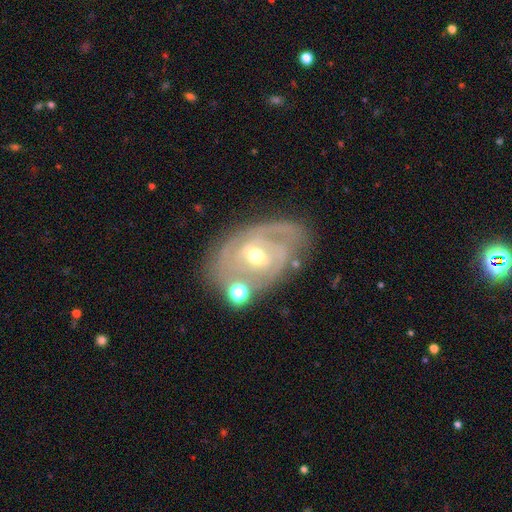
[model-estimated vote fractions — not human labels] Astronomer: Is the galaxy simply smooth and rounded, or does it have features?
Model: featured or disk — 84%.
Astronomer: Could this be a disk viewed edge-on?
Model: no — 95%.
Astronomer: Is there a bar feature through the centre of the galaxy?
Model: weak — 42%, tied with no at 42%.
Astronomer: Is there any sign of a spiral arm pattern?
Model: yes — 88%.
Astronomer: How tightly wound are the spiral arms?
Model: tight — 64%.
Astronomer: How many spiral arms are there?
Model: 2 — 38% (runner-up: can't tell, 29%).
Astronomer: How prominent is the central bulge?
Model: moderate — 60% (runner-up: small, 36%).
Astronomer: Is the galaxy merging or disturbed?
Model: none — 67%.